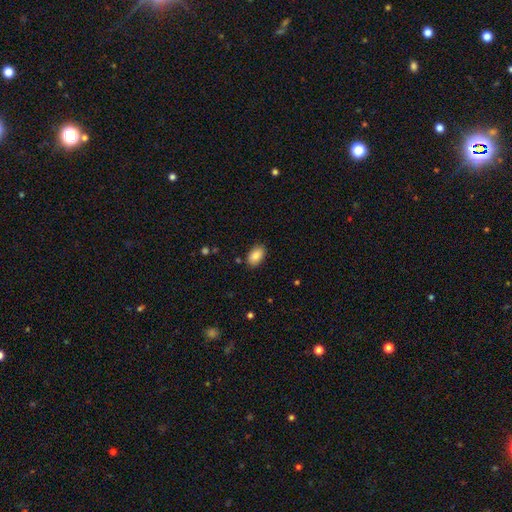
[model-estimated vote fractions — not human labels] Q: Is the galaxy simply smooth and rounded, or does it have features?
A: smooth — 86%.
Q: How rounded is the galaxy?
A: in between — 90%.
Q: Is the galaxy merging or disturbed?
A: none — 86%.